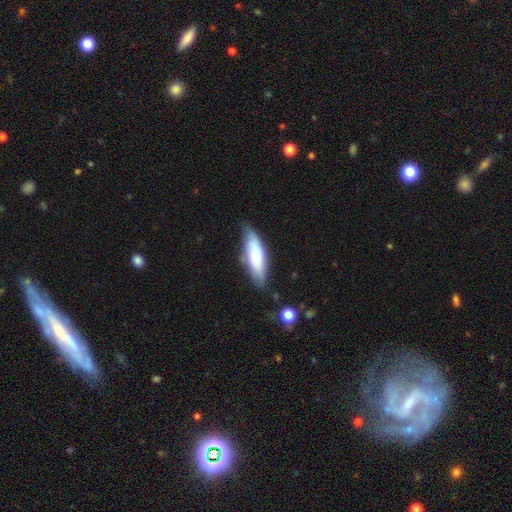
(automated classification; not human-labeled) Smooth or featured: smooth — 72% (featured or disk — 22%)
How rounded: in between — 53% (cigar-shaped — 45%)
Merging: none — 69% (minor disturbance — 23%)